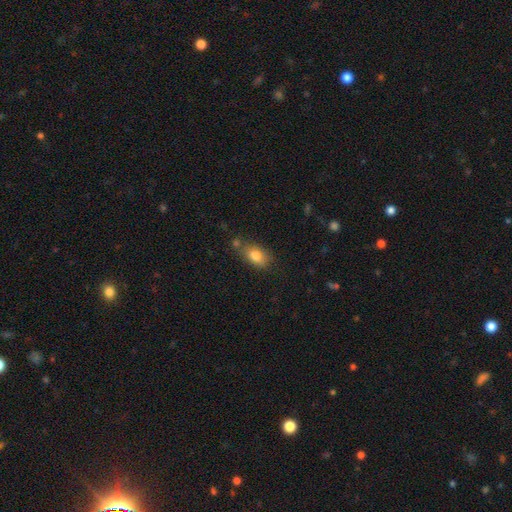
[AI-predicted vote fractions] smooth_or_featured: smooth (p=0.81) [alt: featured or disk p=0.10]
how_rounded: in between (p=0.84) [alt: round p=0.12]
merging: none (p=0.64) [alt: minor disturbance p=0.19]